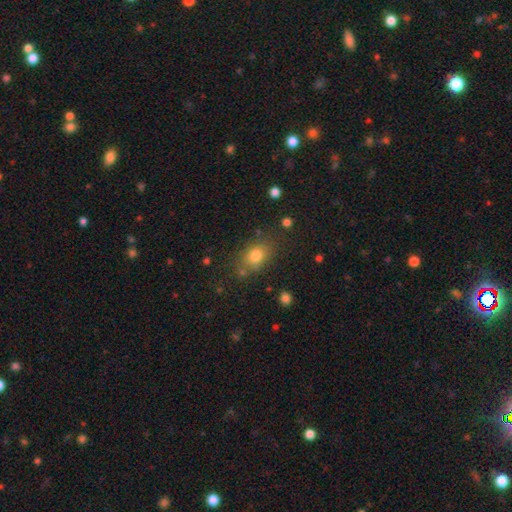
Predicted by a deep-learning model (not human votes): This is likely a smooth galaxy (78%). How rounded: likely in between (67%). Merging: likely none (73%).